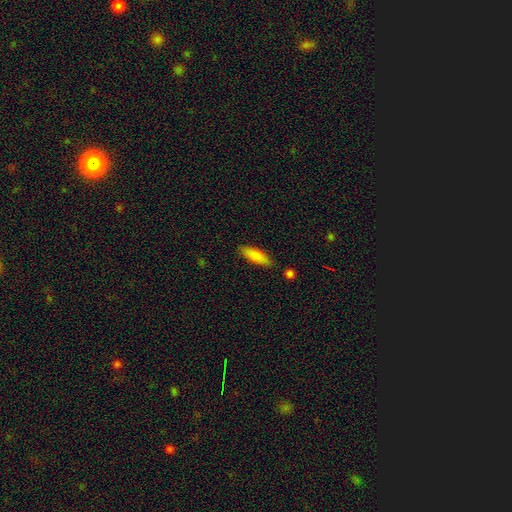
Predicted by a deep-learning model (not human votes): A smooth galaxy with no disk features (84%) that is in between round and cigar-shaped (56%). Merging: none (84%).